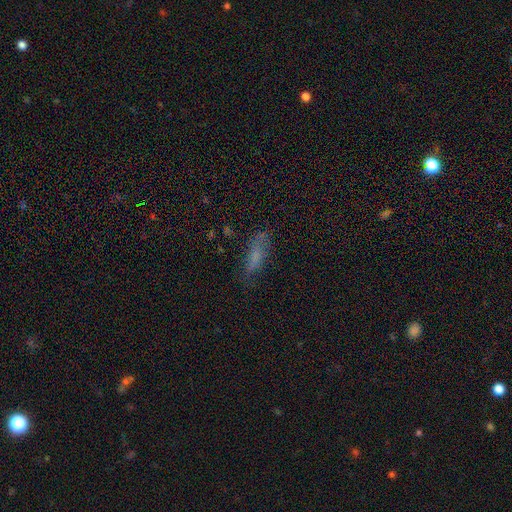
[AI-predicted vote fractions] smooth 65%, featured or disk 21%, star or artifact 14%. Down the decision tree: how rounded — cigar-shaped (54%); merging — none (65%).